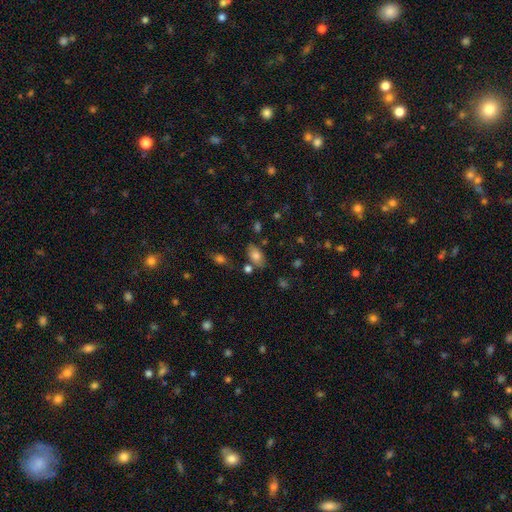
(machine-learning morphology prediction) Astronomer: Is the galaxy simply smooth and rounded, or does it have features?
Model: smooth — 76%.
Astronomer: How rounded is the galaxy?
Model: in between — 91%.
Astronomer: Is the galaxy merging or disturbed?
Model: none — 71%.